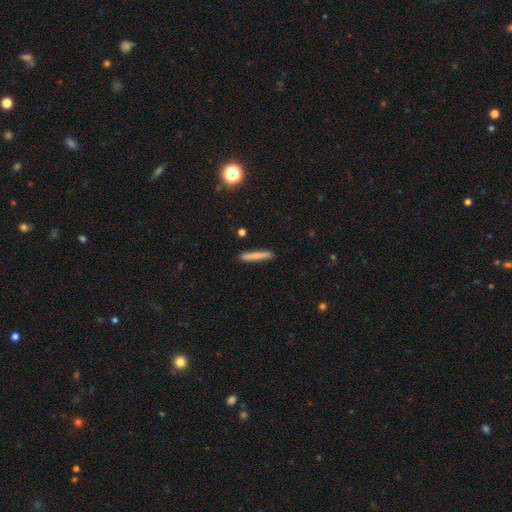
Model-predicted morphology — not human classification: smooth-or-featured: smooth: 74% | featured or disk: 19% | star or artifact: 7%
  how-rounded: cigar-shaped: 94% | in between: 4% | round: 2%
  merging: none: 87% | minor disturbance: 10% | merger: 2% | major disturbance: 2%